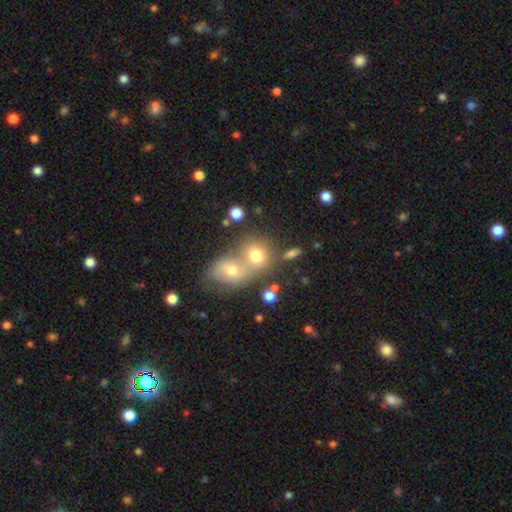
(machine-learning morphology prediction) A smooth galaxy with no disk features (70%) that is round (66%). Merging: merger (54%).